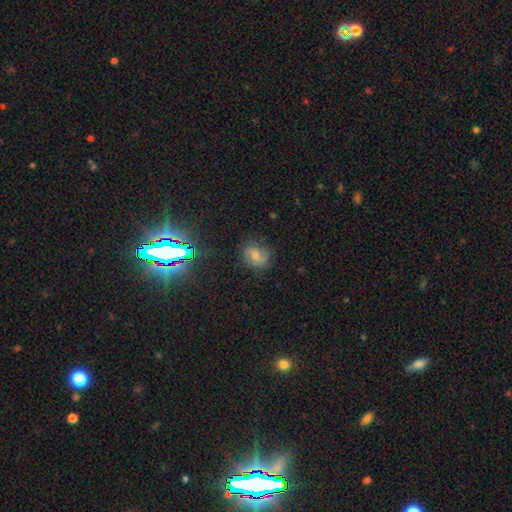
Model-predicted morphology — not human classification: smooth-or-featured: featured or disk: 49% | smooth: 37% | star or artifact: 14%
  merging: none: 76% | minor disturbance: 17% | major disturbance: 6% | merger: 1%